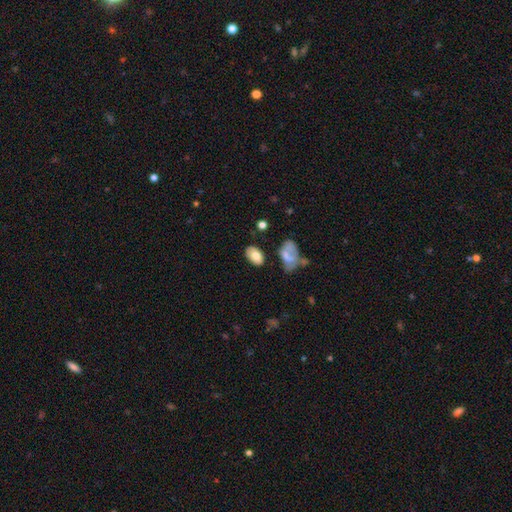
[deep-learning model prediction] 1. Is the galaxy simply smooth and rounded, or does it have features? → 75% smooth, 17% featured or disk, 7% star or artifact.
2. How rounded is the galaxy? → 92% in between, 7% round, 1% cigar-shaped.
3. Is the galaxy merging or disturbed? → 73% none, 17% minor disturbance, 5% major disturbance, 5% merger.